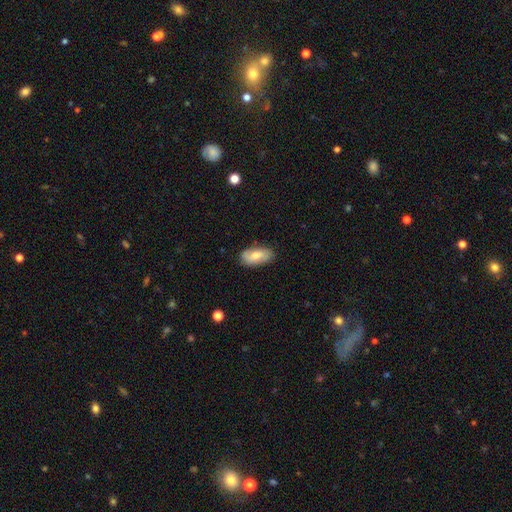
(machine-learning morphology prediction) type=smooth (66%); roundness=in between (91%); merging=none (80%).